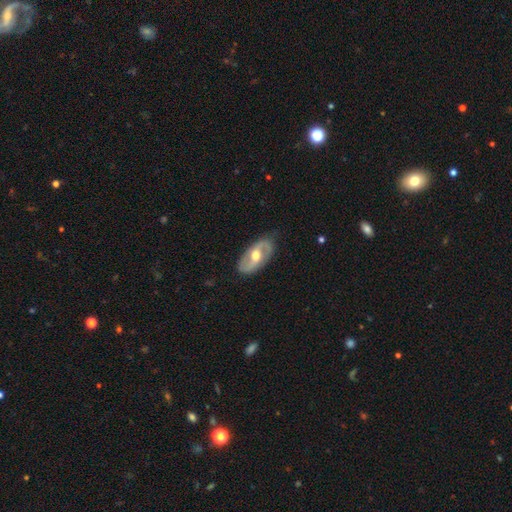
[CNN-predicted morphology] Smooth or featured? Predicted: featured or disk (p=0.74). Edge-on disk? Predicted: no (p=0.92). Bar? Predicted: weak (p=0.41). Spiral arms? Predicted: yes (p=0.80). Spiral winding? Predicted: medium (p=0.41). Spiral arm count? Predicted: 2 (p=0.87). Bulge size? Predicted: moderate (p=0.77). Merging? Predicted: none (p=0.82).